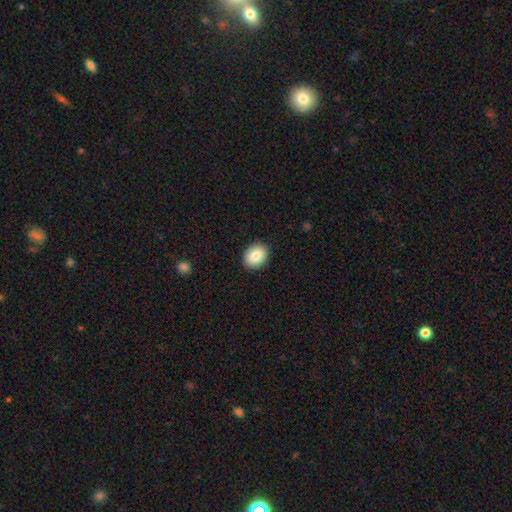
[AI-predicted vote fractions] Smooth or featured: smooth — 85% (star or artifact — 7%)
How rounded: in between — 64% (round — 35%)
Merging: none — 90% (minor disturbance — 7%)